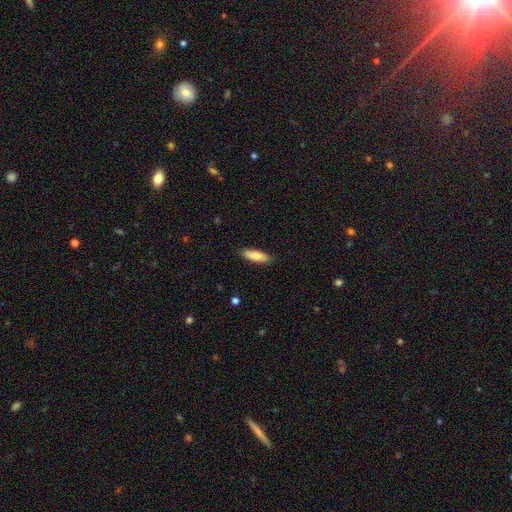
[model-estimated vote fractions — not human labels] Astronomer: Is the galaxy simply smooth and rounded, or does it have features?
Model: smooth — 82%.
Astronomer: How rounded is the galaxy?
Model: in between — 49%, tied with cigar-shaped at 49%.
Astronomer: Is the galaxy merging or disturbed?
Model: none — 87%.